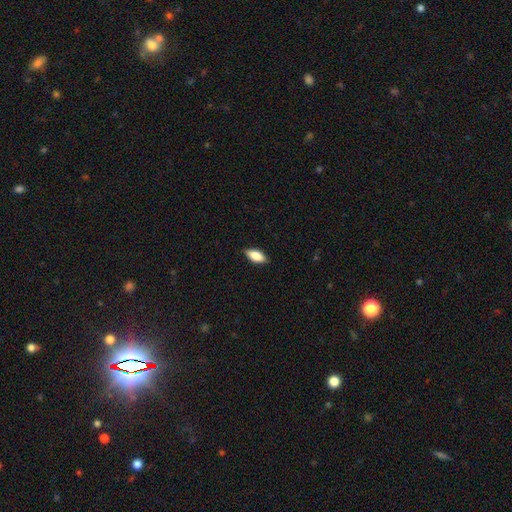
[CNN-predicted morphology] Q: Smooth or featured?
A: smooth (78%); runner-up: featured or disk (15%)
Q: How rounded?
A: in between (84%); runner-up: cigar-shaped (14%)
Q: Merging?
A: none (86%); runner-up: minor disturbance (11%)